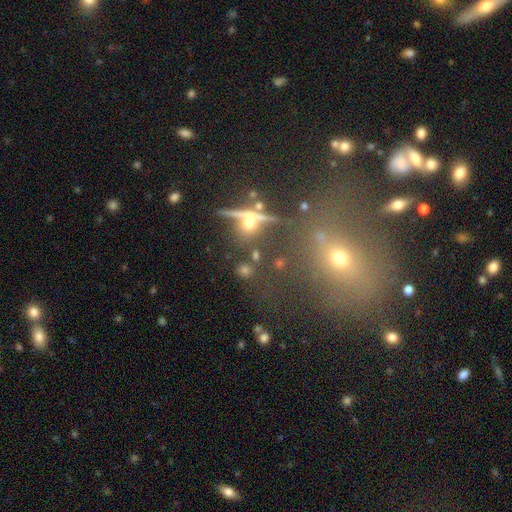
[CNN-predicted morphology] Smooth or featured? Predicted: smooth (p=0.40). Merging? Predicted: none (p=0.70).